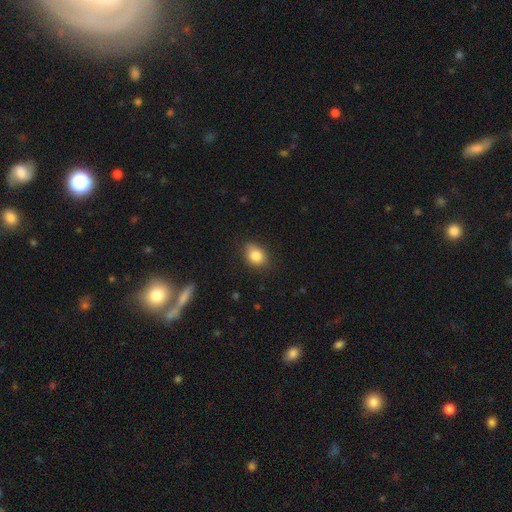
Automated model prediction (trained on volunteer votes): Smooth or featured? smooth (84%)
How rounded? in between (62%)
Merging? none (78%)